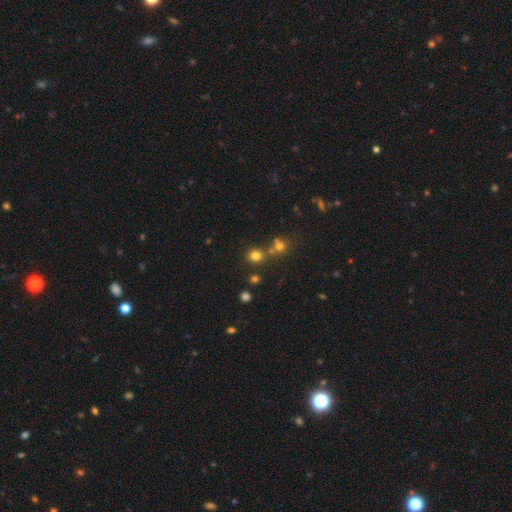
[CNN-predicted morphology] Smooth or featured: smooth — 75% (star or artifact — 19%)
How rounded: round — 88% (in between — 11%)
Merging: none — 69% (merger — 20%)